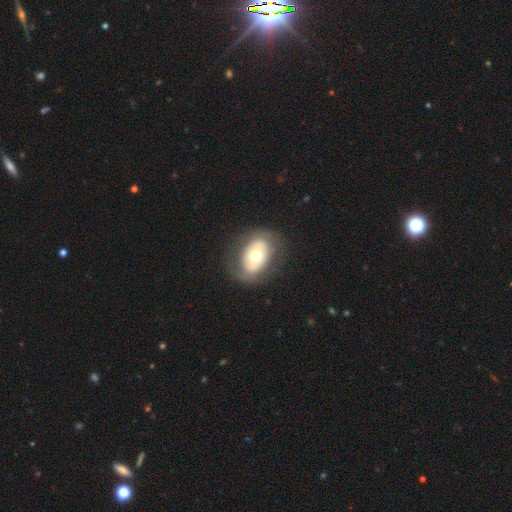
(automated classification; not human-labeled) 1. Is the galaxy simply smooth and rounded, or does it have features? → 52% smooth, 41% featured or disk, 7% star or artifact.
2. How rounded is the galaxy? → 71% in between, 28% round, 1% cigar-shaped.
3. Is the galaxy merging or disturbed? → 79% none, 13% minor disturbance, 7% major disturbance, 1% merger.